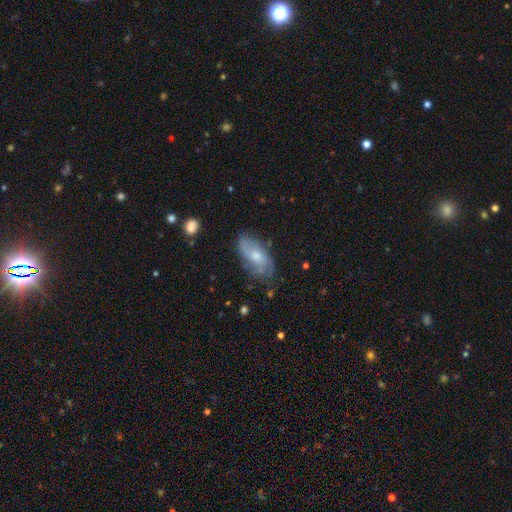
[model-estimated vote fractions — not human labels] Smooth or featured? featured or disk (63%)
Edge-on disk? no (92%)
Bar? no (65%)
Spiral arms? yes (85%)
Bulge size? moderate (54%)
Merging? none (67%)